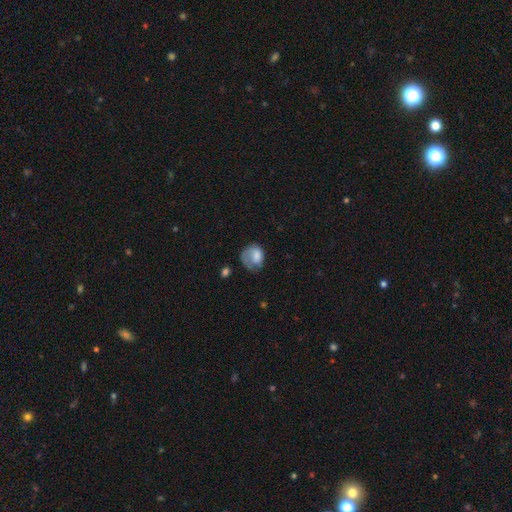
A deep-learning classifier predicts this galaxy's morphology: The model was most divided on "how rounded": round: 51%, in between: 48%, cigar-shaped: 1%. Remaining: smooth or featured — smooth (61%); merging — none (37%).